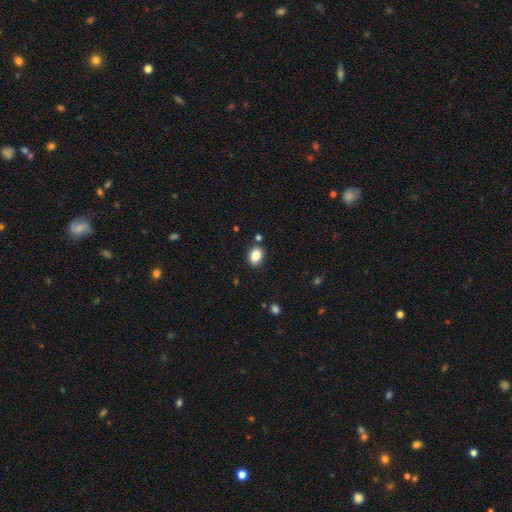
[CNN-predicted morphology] A smooth galaxy with no disk features (86%) that is in between round and cigar-shaped (64%). Merging: none (85%).